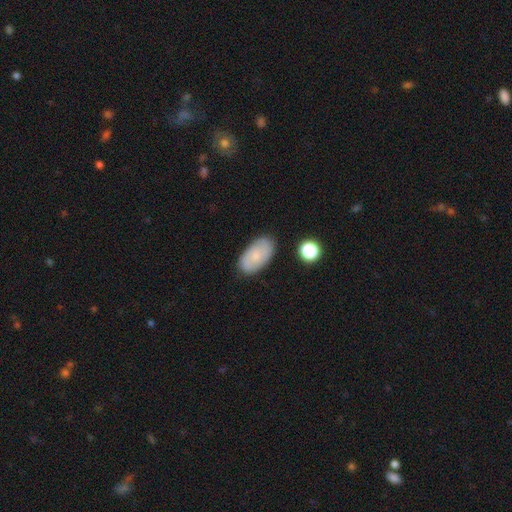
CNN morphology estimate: This appears to be a smooth galaxy with no disk features (66%) that is in between round and cigar-shaped (94%). Merging: none (81%).